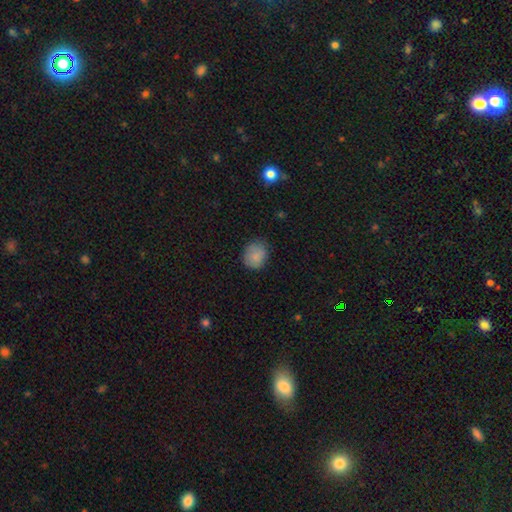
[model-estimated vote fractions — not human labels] smooth 84%, star or artifact 9%, featured or disk 7%. Down the decision tree: how rounded — round (68%); merging — none (74%).